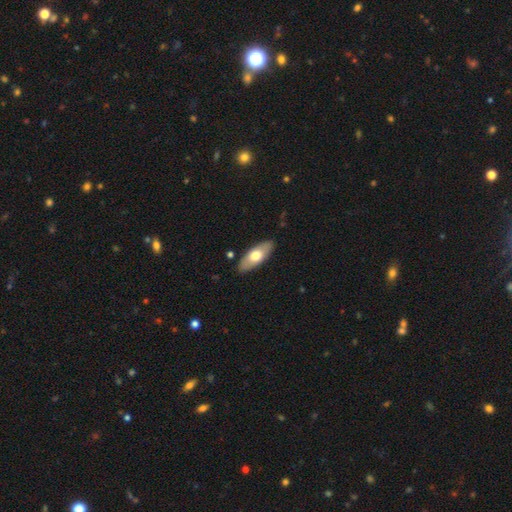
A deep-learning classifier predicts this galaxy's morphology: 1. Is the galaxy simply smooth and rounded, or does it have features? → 64% smooth, 31% featured or disk, 5% star or artifact.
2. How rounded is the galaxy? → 79% in between, 19% cigar-shaped, 2% round.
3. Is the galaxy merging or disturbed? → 88% none, 9% minor disturbance, 2% major disturbance, 2% merger.